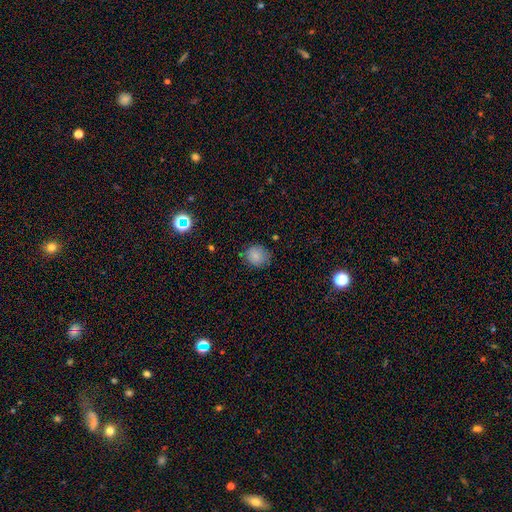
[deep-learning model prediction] Morphology: type=smooth (83%); roundness=round (76%); merging=none (75%).